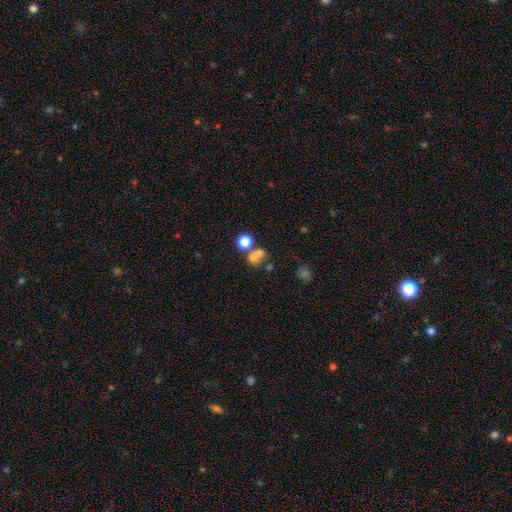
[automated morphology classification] smooth_or_featured: smooth (p=0.67) [alt: star or artifact p=0.17]
how_rounded: round (p=0.68) [alt: in between p=0.31]
merging: merger (p=0.52) [alt: none p=0.33]